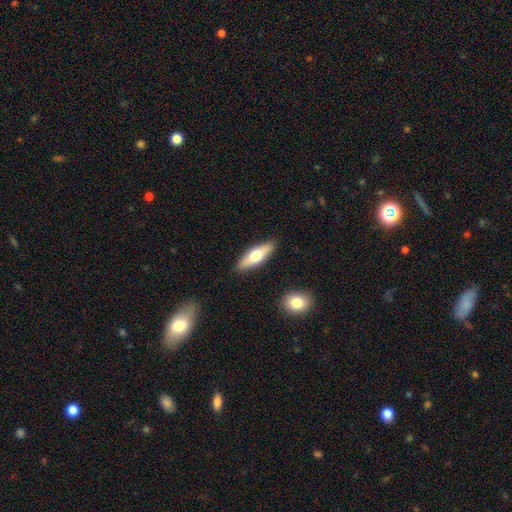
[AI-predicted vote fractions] smooth-or-featured: smooth: 58% | featured or disk: 36% | star or artifact: 6%
  how-rounded: in between: 52% | cigar-shaped: 46% | round: 2%
  merging: none: 88% | minor disturbance: 8% | merger: 2% | major disturbance: 2%